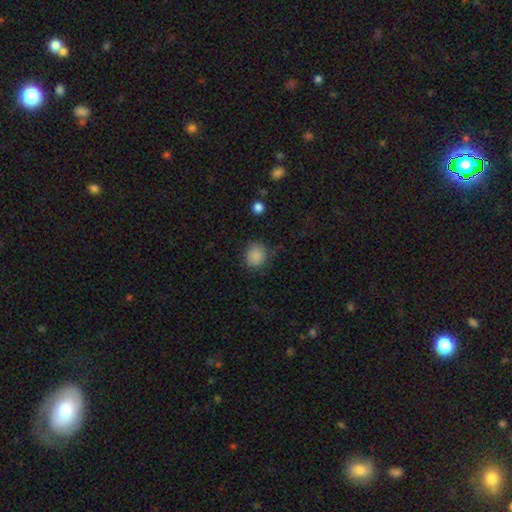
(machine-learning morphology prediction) A smooth galaxy with no disk features (86%) that is round (80%).

Vote fractions:
- Smooth or featured? smooth: 86% / star or artifact: 10% / featured or disk: 4%
- How rounded? round: 80% / in between: 19% / cigar-shaped: 1%
- Merging? none: 75% / minor disturbance: 18% / major disturbance: 5% / merger: 2%